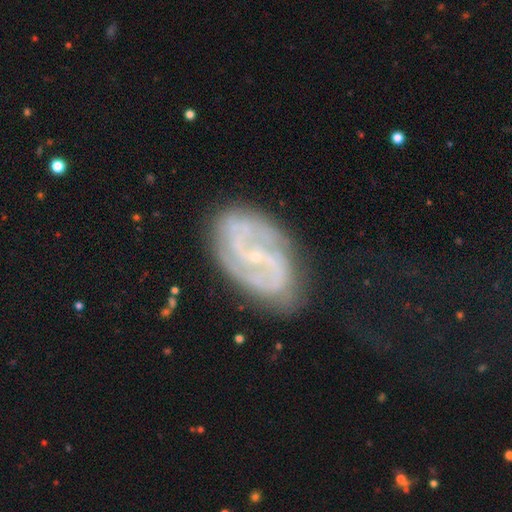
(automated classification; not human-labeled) This appears to be a featured or disk galaxy (86%) with no bar (42%), 2 (68%) medium (47%) spiral arms (95%) and a small central bulge (85%). Merging: none (76%).